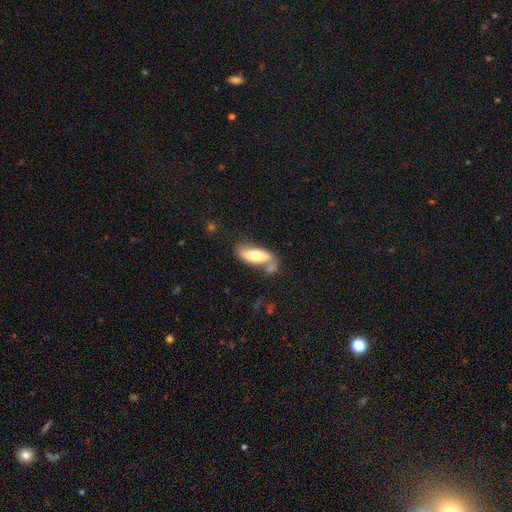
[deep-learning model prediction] A smooth galaxy with no disk features (62%) that is in between round and cigar-shaped (72%). Merging: none (53%).